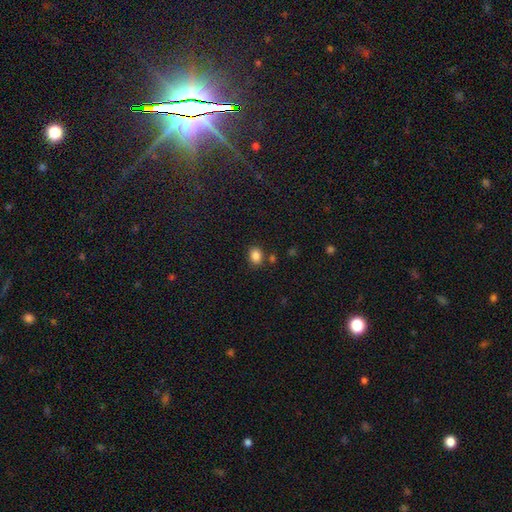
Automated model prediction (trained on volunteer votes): A smooth galaxy with no disk features (85%) that is in between round and cigar-shaped (54%).

Vote fractions:
- Smooth or featured? smooth: 85% / star or artifact: 10% / featured or disk: 4%
- How rounded? in between: 54% / round: 45% / cigar-shaped: 1%
- Merging? none: 78% / minor disturbance: 12% / merger: 7% / major disturbance: 3%